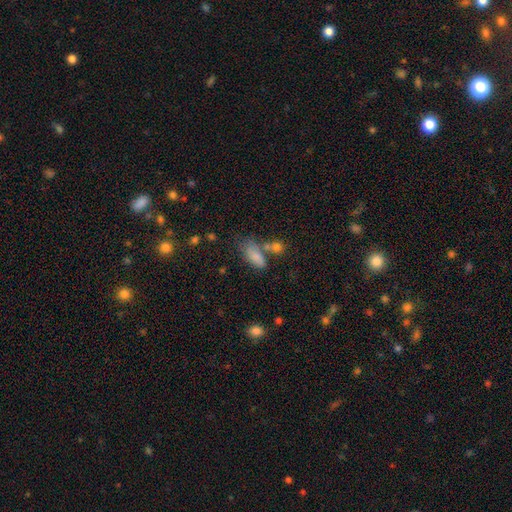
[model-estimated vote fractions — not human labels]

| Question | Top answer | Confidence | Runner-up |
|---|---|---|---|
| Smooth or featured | smooth | 81% | featured or disk (9%) |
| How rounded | in between | 83% | cigar-shaped (13%) |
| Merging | none | 48% | minor disturbance (22%) |